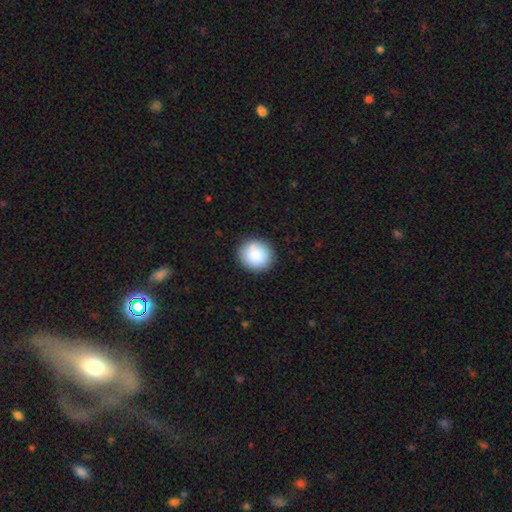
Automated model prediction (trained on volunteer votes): Q: Smooth or featured?
A: smooth (87%); runner-up: star or artifact (8%)
Q: How rounded?
A: round (86%); runner-up: in between (13%)
Q: Merging?
A: none (88%); runner-up: minor disturbance (8%)